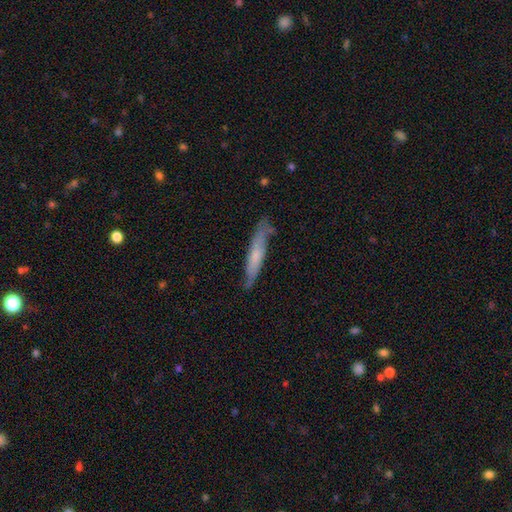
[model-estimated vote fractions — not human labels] Smooth or featured?
  - smooth: 49% *
  - featured or disk: 45%
  - star or artifact: 6%
Merging?
  - none: 73% *
  - minor disturbance: 21%
  - major disturbance: 4%
  - merger: 2%